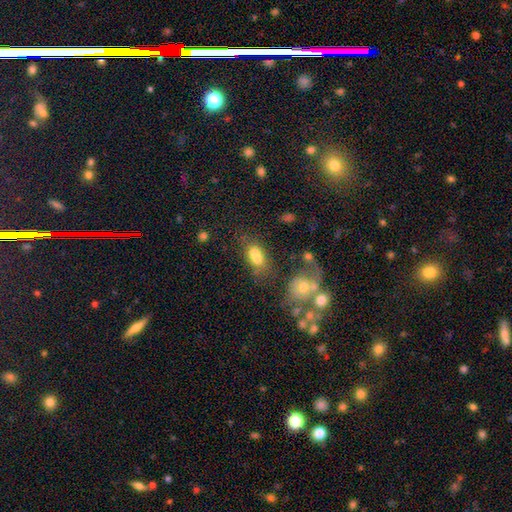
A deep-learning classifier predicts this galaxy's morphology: Q: Smooth or featured?
A: smooth (73%); runner-up: featured or disk (16%)
Q: How rounded?
A: in between (82%); runner-up: cigar-shaped (9%)
Q: Merging?
A: none (40%); runner-up: merger (28%)